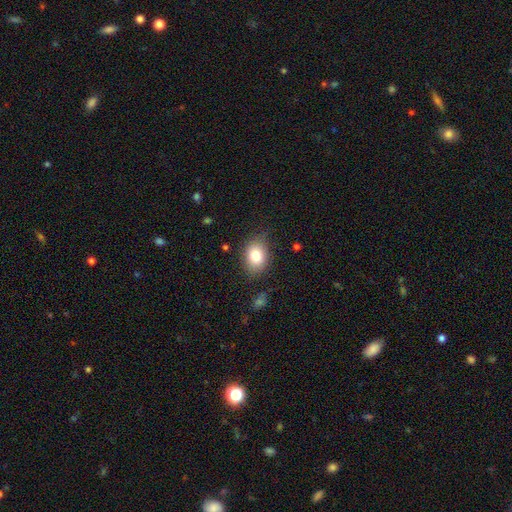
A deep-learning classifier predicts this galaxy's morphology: Smooth or featured: smooth — 83% (featured or disk — 9%)
How rounded: in between — 77% (round — 22%)
Merging: none — 77% (minor disturbance — 17%)